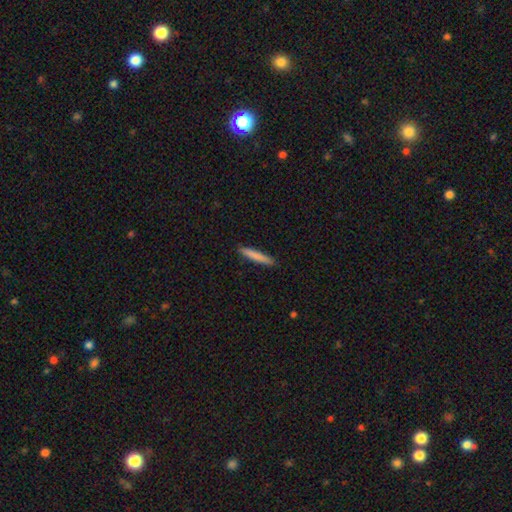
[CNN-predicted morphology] Smooth or featured?
  - smooth: 82% *
  - featured or disk: 12%
  - star or artifact: 6%
How rounded?
  - cigar-shaped: 94% *
  - in between: 4%
  - round: 1%
Merging?
  - none: 90% *
  - minor disturbance: 7%
  - major disturbance: 1%
  - merger: 1%